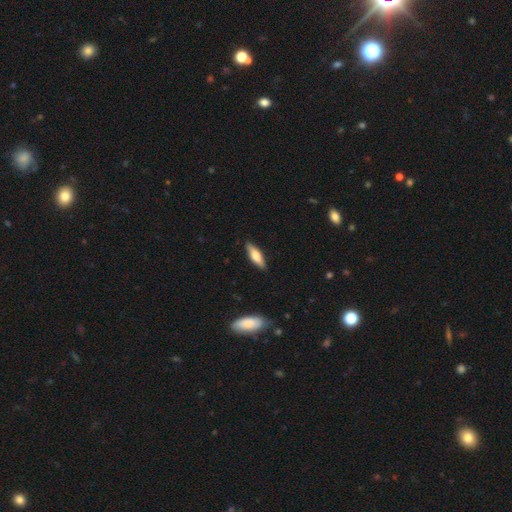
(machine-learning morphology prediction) This is likely a smooth galaxy (64%). How rounded: possibly cigar-shaped (55%). Merging: clearly none (88%).